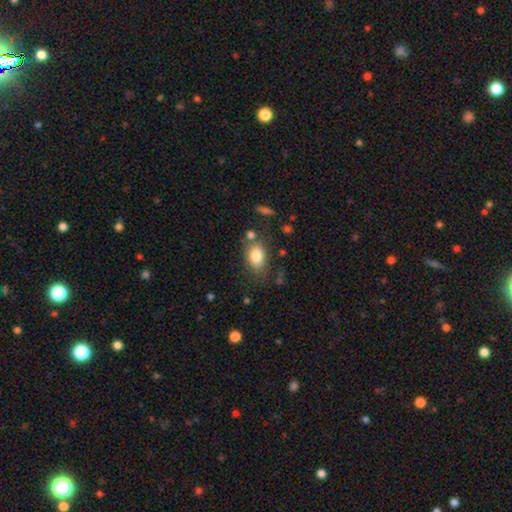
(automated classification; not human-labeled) A smooth galaxy with no disk features (80%) that is in between round and cigar-shaped (85%). Merging: none (68%).